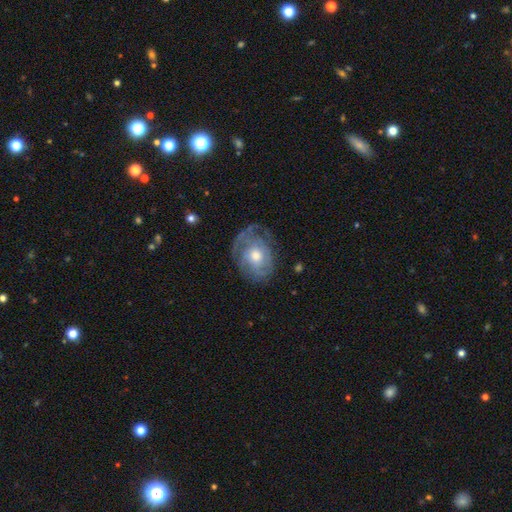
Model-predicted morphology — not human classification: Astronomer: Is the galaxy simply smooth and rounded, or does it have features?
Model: featured or disk — 70%.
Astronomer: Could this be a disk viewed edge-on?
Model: no — 96%.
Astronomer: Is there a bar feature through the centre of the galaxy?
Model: no — 78%.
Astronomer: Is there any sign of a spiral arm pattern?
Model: yes — 75%.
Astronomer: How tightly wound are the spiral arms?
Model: tight — 59%.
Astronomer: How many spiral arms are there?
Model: can't tell — 52%.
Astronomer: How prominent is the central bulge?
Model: moderate — 68%.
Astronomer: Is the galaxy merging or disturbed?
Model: none — 60%.